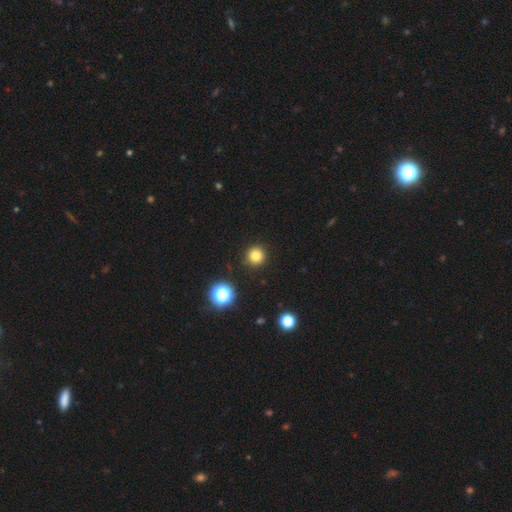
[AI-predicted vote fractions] Smooth or featured: smooth — 81% (star or artifact — 14%)
How rounded: round — 95% (in between — 4%)
Merging: none — 92% (minor disturbance — 5%)